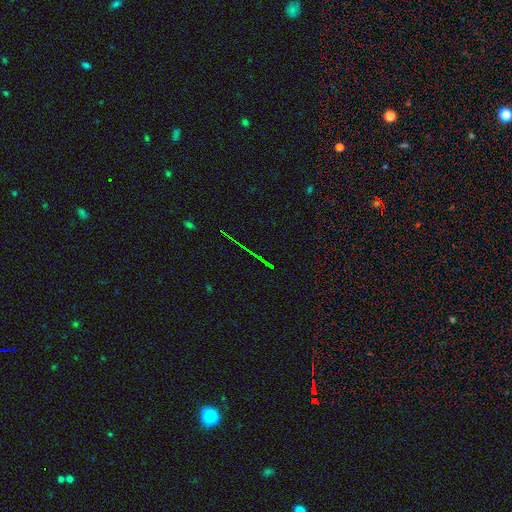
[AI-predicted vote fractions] star or artifact 77%, featured or disk 13%, smooth 10%.